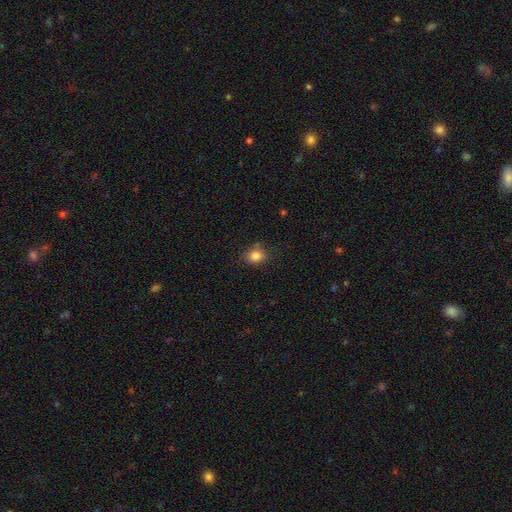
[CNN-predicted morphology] A smooth galaxy with no disk features (83%) that is round (52%). Merging: none (74%).